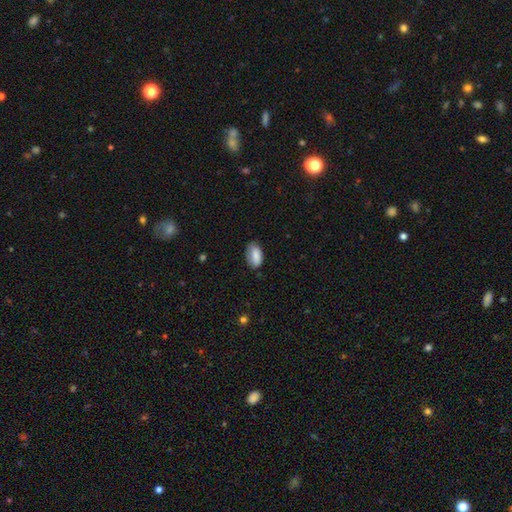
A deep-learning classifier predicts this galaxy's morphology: Smooth or featured?
  - smooth: 85% *
  - featured or disk: 9%
  - star or artifact: 7%
How rounded?
  - in between: 93% *
  - round: 4%
  - cigar-shaped: 2%
Merging?
  - none: 74% *
  - minor disturbance: 21%
  - major disturbance: 4%
  - merger: 1%